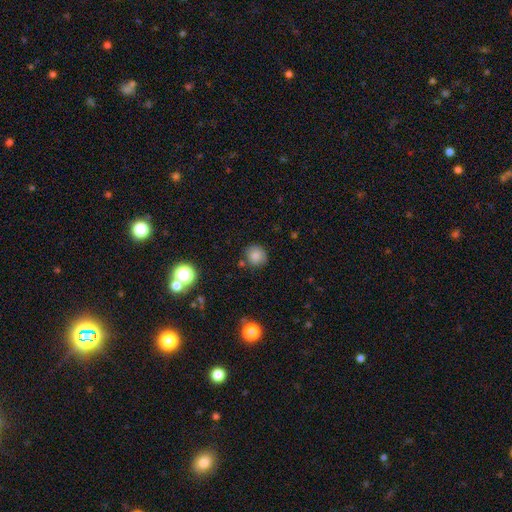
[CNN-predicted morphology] Overall: smooth (82%). How rounded: round (87%). Merging: none (80%).